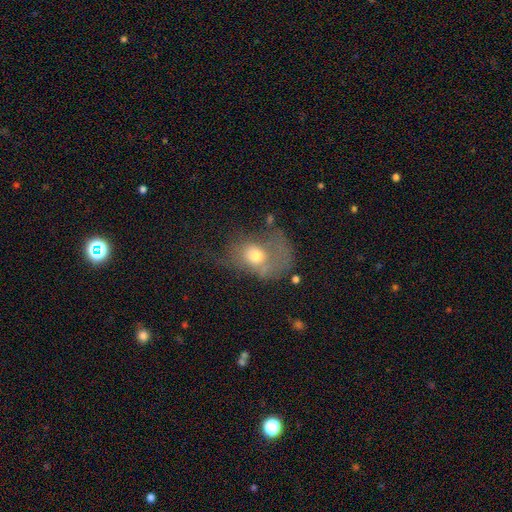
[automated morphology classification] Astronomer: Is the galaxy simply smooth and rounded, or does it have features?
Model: smooth — 56% (runner-up: featured or disk, 33%).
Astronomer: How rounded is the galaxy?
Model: in between — 62%.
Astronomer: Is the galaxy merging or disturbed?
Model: major disturbance — 53%.